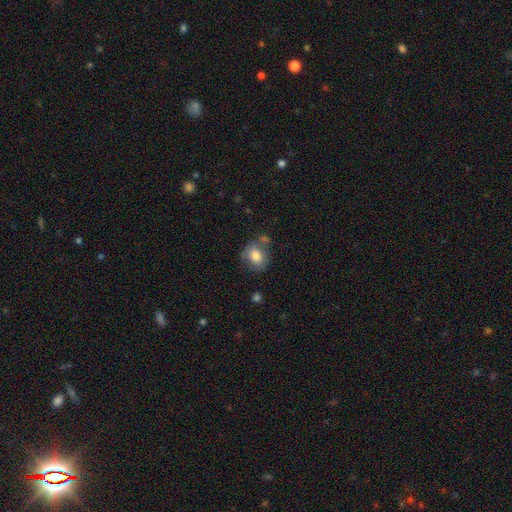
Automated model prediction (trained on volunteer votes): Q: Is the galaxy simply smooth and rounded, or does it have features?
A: smooth — 77%.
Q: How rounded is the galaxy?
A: in between — 51%.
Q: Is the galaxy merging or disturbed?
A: none — 58%.